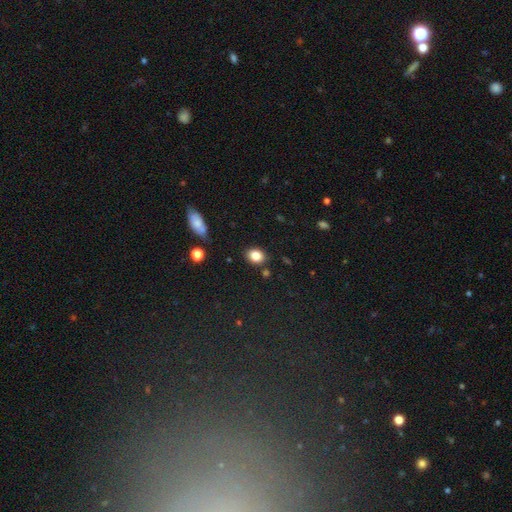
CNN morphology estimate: Overall: smooth (85%). How rounded: in between (57%; round 41%). Merging: none (84%).